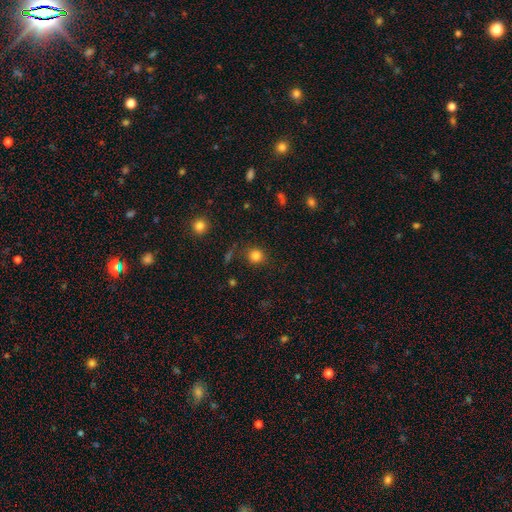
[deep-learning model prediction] smooth-or-featured: smooth: 83% | star or artifact: 13% | featured or disk: 5%
  how-rounded: round: 90% | in between: 9% | cigar-shaped: 1%
  merging: none: 86% | minor disturbance: 9% | major disturbance: 3% | merger: 2%